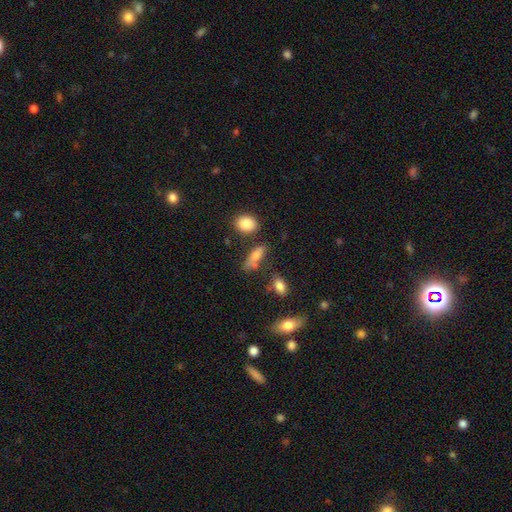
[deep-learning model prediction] Morphology: type=smooth (74%); roundness=in between (56%); merging=none (60%).